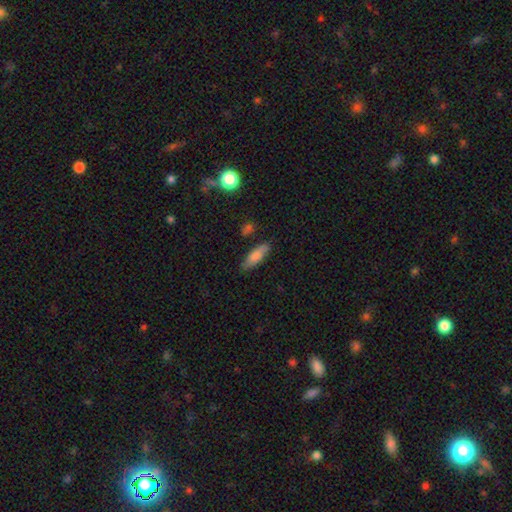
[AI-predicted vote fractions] This is likely a smooth galaxy (75%). How rounded: possibly in between (55%). Merging: likely none (80%).